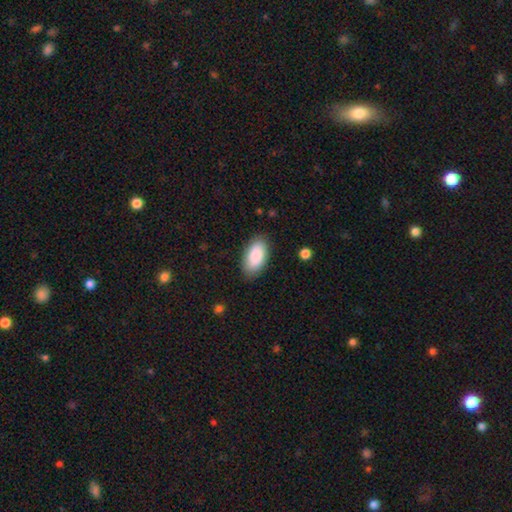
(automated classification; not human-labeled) The model was most divided on "merging": none: 84%, minor disturbance: 12%, major disturbance: 3%, merger: 1%. More confident: how rounded — in between (94%); smooth or featured — smooth (88%).